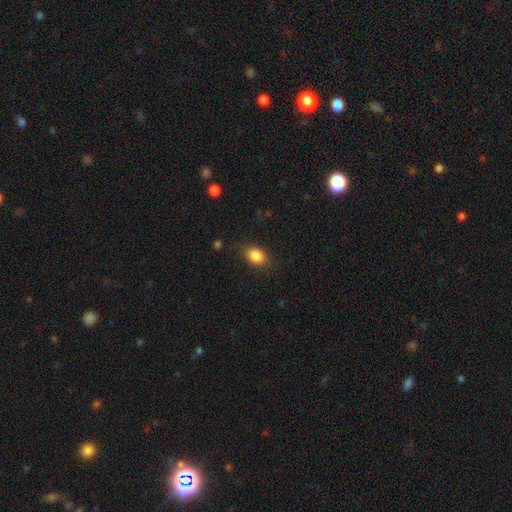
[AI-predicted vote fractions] Q: Smooth or featured?
A: smooth (85%); runner-up: star or artifact (9%)
Q: How rounded?
A: in between (72%); runner-up: round (26%)
Q: Merging?
A: none (80%); runner-up: minor disturbance (15%)